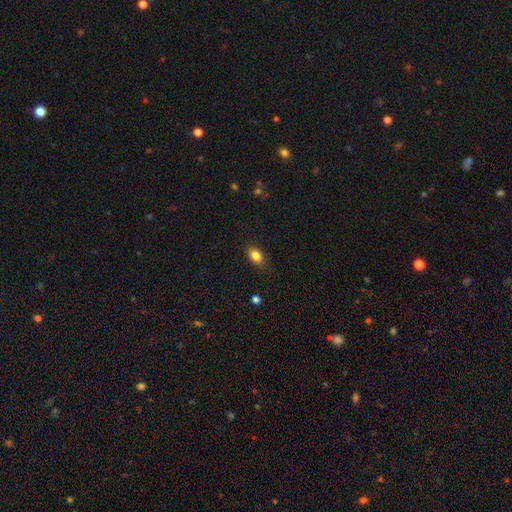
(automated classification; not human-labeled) smooth-or-featured: smooth: 85% | star or artifact: 10% | featured or disk: 6%
  how-rounded: in between: 77% | round: 22% | cigar-shaped: 2%
  merging: none: 82% | minor disturbance: 14% | major disturbance: 3% | merger: 1%